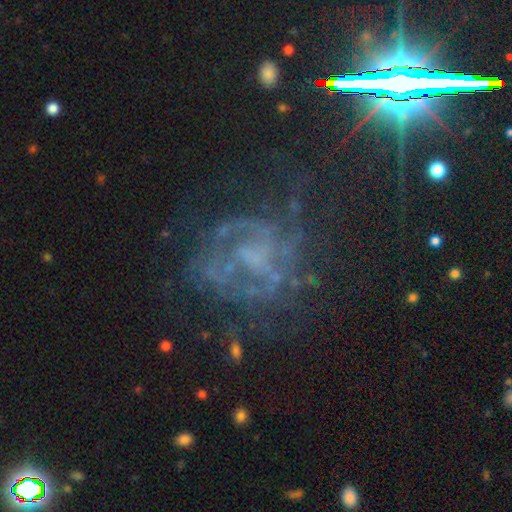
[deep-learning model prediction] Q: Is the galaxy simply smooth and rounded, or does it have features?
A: featured or disk — 71%.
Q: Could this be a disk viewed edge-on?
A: no — 98%.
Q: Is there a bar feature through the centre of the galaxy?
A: no — 60%.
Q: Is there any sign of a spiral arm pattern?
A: yes — 65%.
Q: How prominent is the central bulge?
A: none — 35%.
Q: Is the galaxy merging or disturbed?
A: none — 54%.